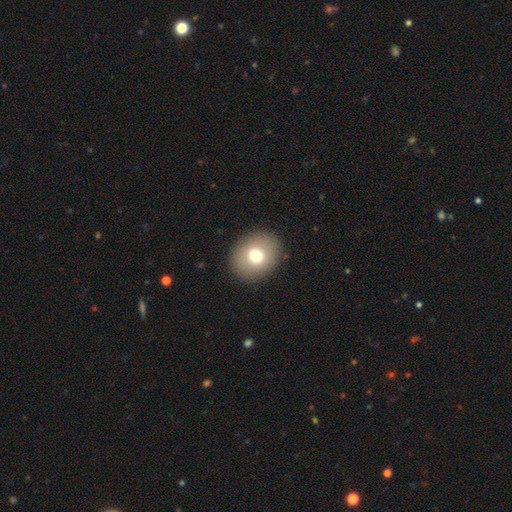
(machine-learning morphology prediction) Smooth or featured: smooth — 75% (featured or disk — 16%)
How rounded: round — 61% (in between — 38%)
Merging: none — 90% (minor disturbance — 7%)